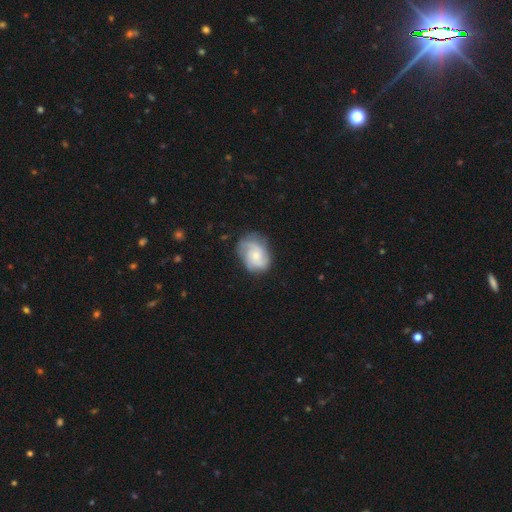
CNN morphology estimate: type=featured or disk (61%); edge-on=no (98%); bar=no (74%); spiral arms=yes (91%); winding=medium (43%); arm count=3 (35%); bulge=small (56%); merging=none (66%).